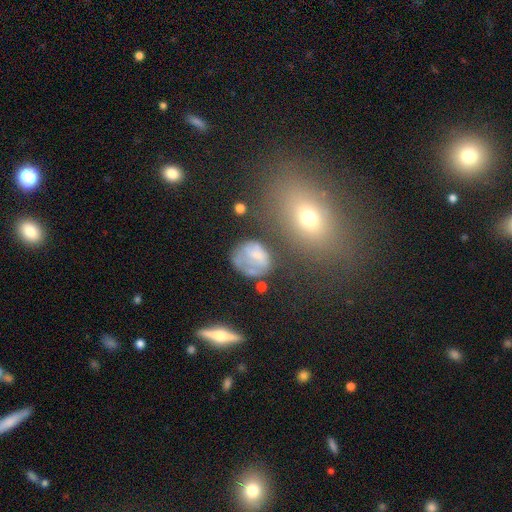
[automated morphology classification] Overall: smooth (51%; featured or disk 37%). How rounded: round (57%; in between 41%). Merging: none (37%; major disturbance 28%).